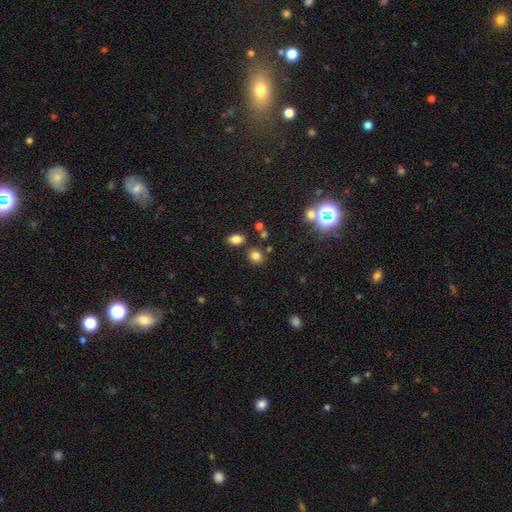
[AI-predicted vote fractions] Smooth or featured? Predicted: smooth (p=0.78). How rounded? Predicted: round (p=0.54). Merging? Predicted: none (p=0.79).